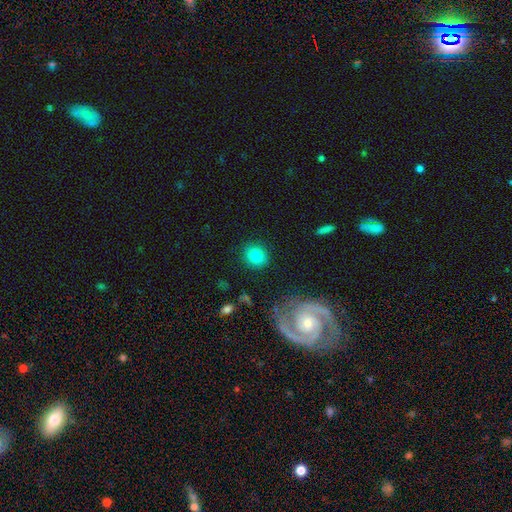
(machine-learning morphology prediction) smooth_or_featured: smooth (p=0.82) [alt: star or artifact p=0.10]
how_rounded: round (p=0.82) [alt: in between p=0.17]
merging: none (p=0.89) [alt: minor disturbance p=0.07]